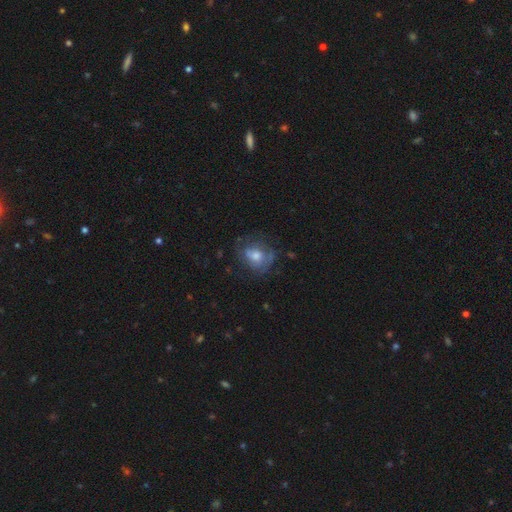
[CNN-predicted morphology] Smooth or featured? Predicted: featured or disk (p=0.46). Merging? Predicted: none (p=0.59).